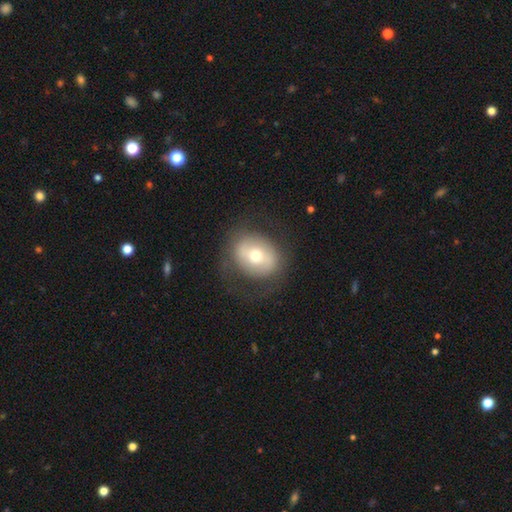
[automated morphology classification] Smooth or featured?
  - smooth: 51% *
  - featured or disk: 40%
  - star or artifact: 9%
How rounded?
  - round: 64% *
  - in between: 35%
  - cigar-shaped: 1%
Merging?
  - none: 75% *
  - minor disturbance: 13%
  - major disturbance: 10%
  - merger: 1%